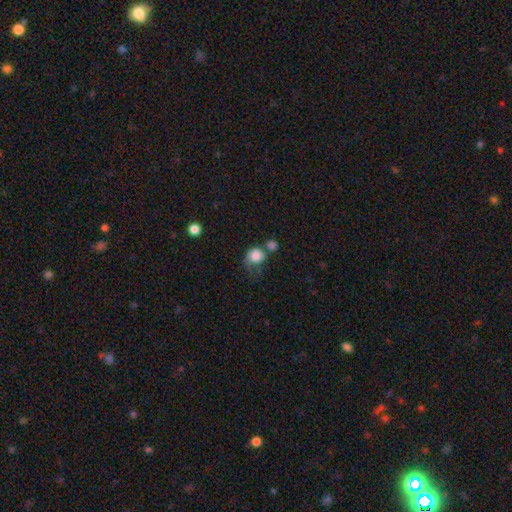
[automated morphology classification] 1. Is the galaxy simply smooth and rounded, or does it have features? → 81% smooth, 11% featured or disk, 9% star or artifact.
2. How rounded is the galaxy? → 78% round, 21% in between, 1% cigar-shaped.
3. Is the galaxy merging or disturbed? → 32% none, 27% merger, 20% minor disturbance, 20% major disturbance.